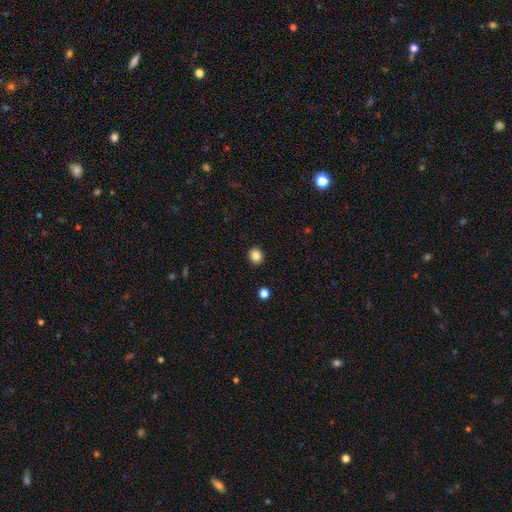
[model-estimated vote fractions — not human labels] A smooth galaxy with no disk features (86%) that is round (75%).

Vote fractions:
- Smooth or featured? smooth: 86% / star or artifact: 10% / featured or disk: 4%
- How rounded? round: 75% / in between: 24% / cigar-shaped: 1%
- Merging? none: 91% / minor disturbance: 6% / major disturbance: 2% / merger: 1%